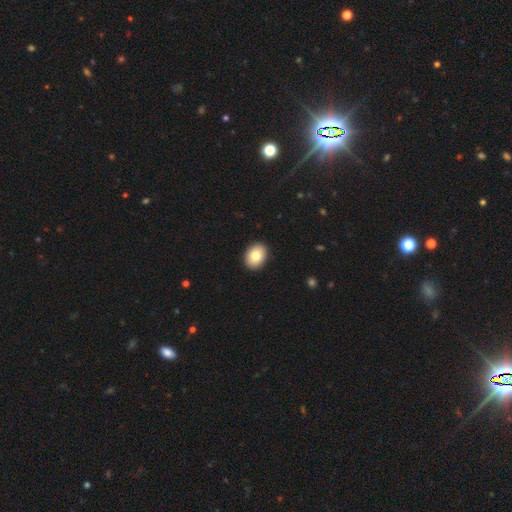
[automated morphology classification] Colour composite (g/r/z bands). It shows a smooth galaxy with no disk features (82%) that is in between round and cigar-shaped (65%). Merging: none (92%).